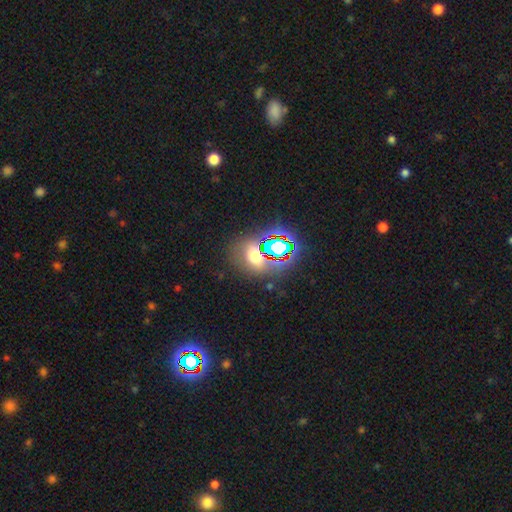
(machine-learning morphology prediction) type=smooth (44%); merging=none (69%).